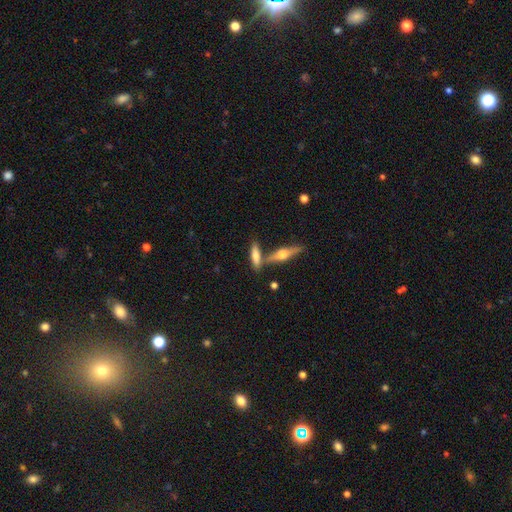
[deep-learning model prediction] Smooth or featured: smooth — 56% (featured or disk — 36%)
How rounded: cigar-shaped — 52% (in between — 44%)
Merging: none — 60% (merger — 26%)